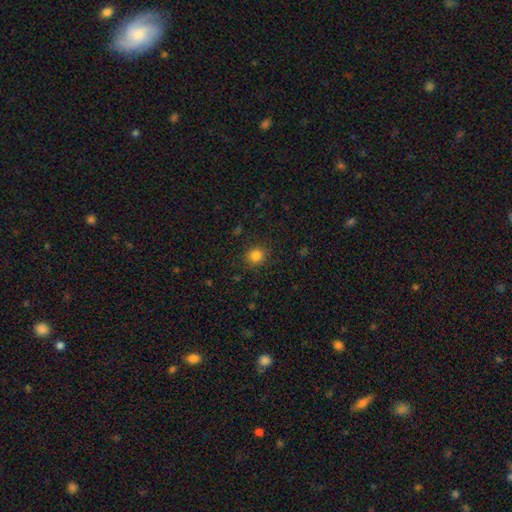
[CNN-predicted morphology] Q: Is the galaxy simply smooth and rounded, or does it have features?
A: smooth — 84%.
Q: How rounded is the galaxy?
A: round — 87%.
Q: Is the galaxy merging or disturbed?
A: none — 89%.